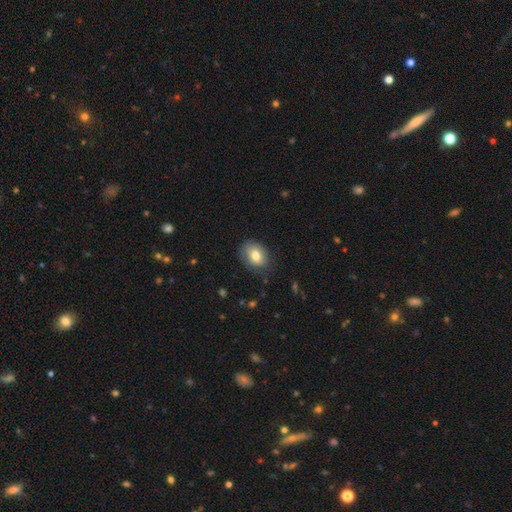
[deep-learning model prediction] Morphology: type=smooth (75%); roundness=in between (64%); merging=none (75%).